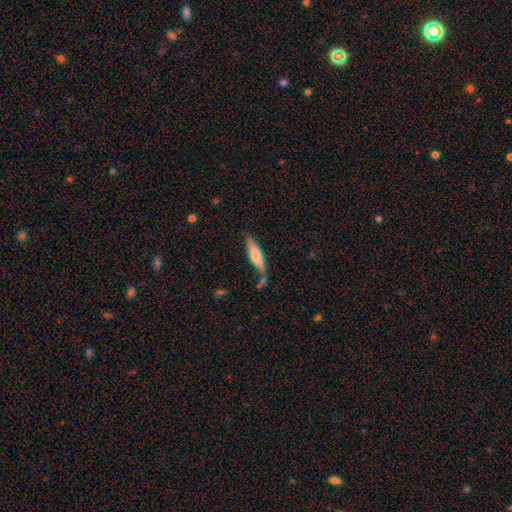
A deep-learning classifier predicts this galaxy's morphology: The model was most divided on "smooth or featured": smooth: 65%, featured or disk: 30%, star or artifact: 6%. More confident: how rounded — cigar-shaped (71%); merging — none (65%).